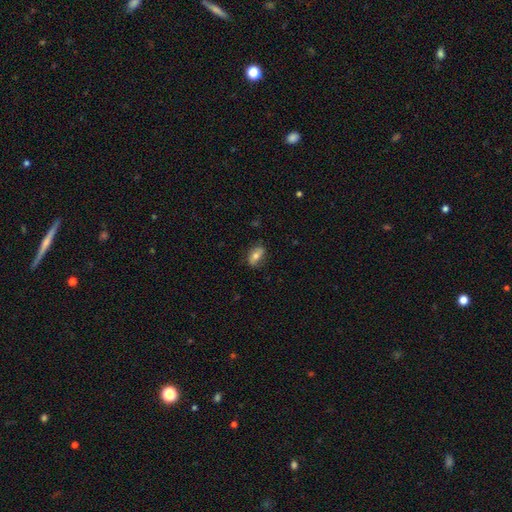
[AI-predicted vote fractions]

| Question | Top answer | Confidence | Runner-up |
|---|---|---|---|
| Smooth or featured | smooth | 66% | featured or disk (26%) |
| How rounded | in between | 85% | round (9%) |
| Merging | none | 79% | minor disturbance (16%) |